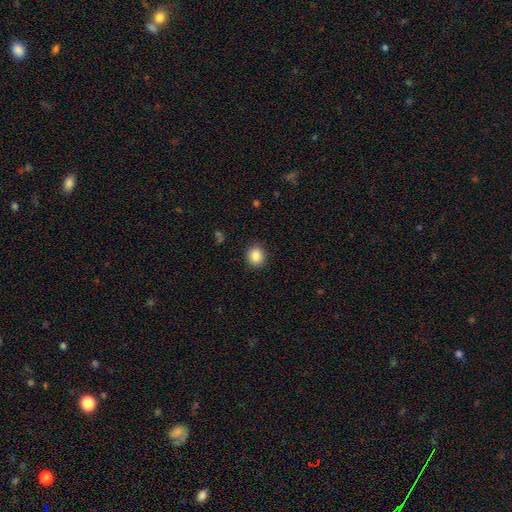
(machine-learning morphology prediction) Smooth or featured?
  - smooth: 87% *
  - star or artifact: 9%
  - featured or disk: 4%
How rounded?
  - round: 73% *
  - in between: 26%
  - cigar-shaped: 1%
Merging?
  - none: 89% *
  - minor disturbance: 8%
  - major disturbance: 2%
  - merger: 1%